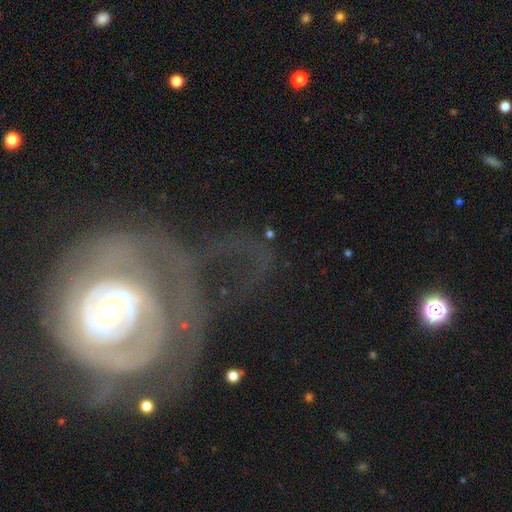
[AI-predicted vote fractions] A featured or disk galaxy (75%) with no bar (64%), spiral arms (65%) and a moderate central bulge (56%). Merging: none (43%).